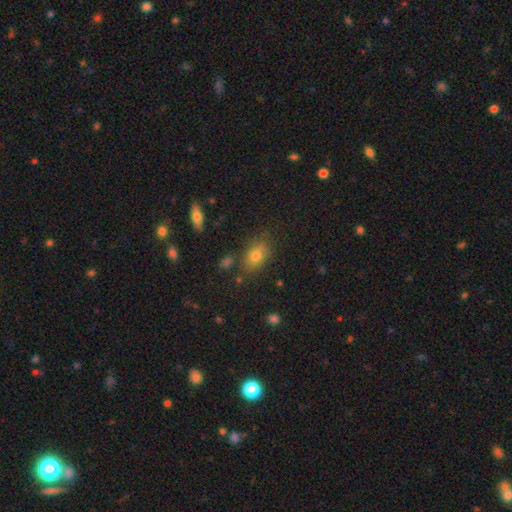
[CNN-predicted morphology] Smooth or featured?
  - smooth: 74% *
  - star or artifact: 13%
  - featured or disk: 12%
How rounded?
  - in between: 76% *
  - round: 21%
  - cigar-shaped: 3%
Merging?
  - none: 76% *
  - minor disturbance: 15%
  - merger: 5%
  - major disturbance: 4%